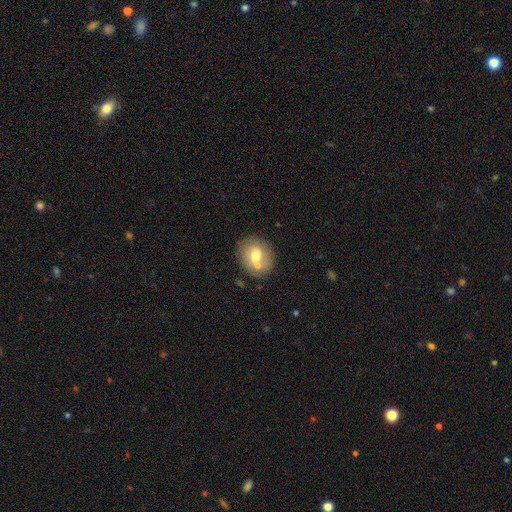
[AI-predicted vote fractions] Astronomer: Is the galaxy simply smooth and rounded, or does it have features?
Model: smooth — 66%.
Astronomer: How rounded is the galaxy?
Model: round — 72%.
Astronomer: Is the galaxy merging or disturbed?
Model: none — 61%.